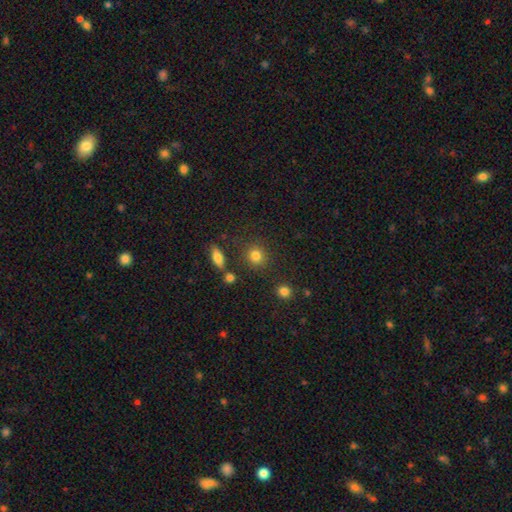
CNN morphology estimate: Overall: smooth (81%). How rounded: round (86%). Merging: none (82%).